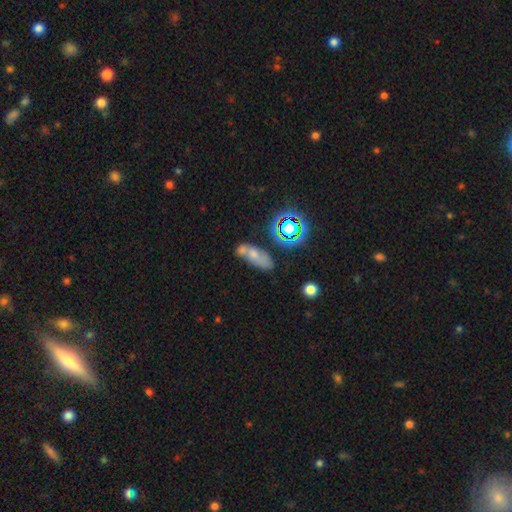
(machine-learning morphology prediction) smooth 56%, featured or disk 23%, star or artifact 21%. Down the decision tree: how rounded — in between (73%); merging — none (41%).